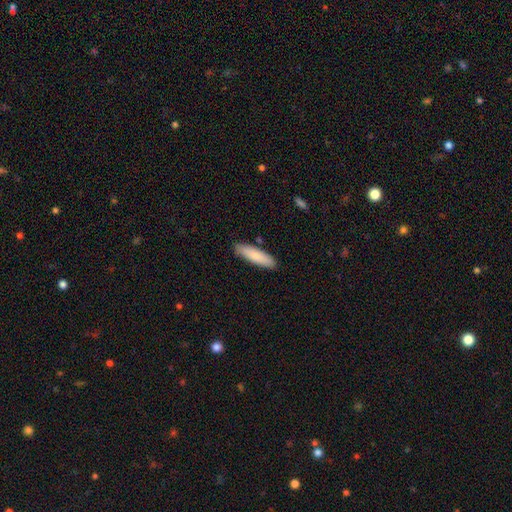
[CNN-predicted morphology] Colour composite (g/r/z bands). It shows a smooth galaxy with no disk features (82%) that is cigar-shaped (67%). Merging: none (86%).